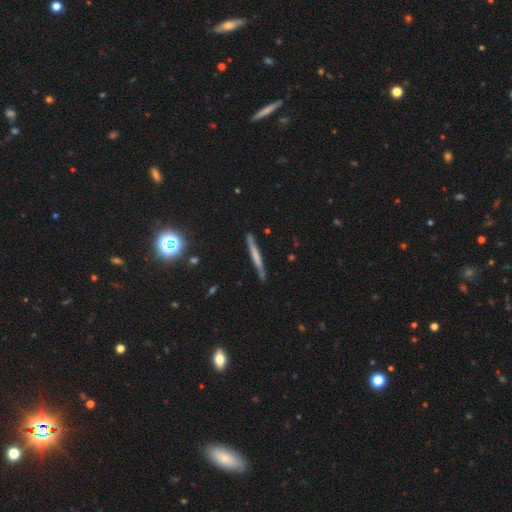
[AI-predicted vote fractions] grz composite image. It shows a smooth galaxy with no disk features (46%). Merging: none (84%).